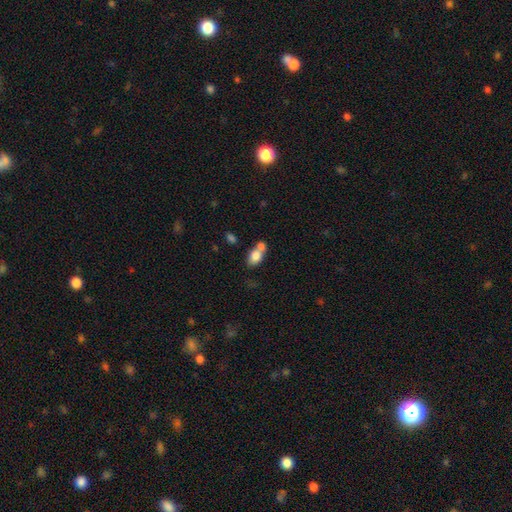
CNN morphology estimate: Q: Smooth or featured?
A: smooth (78%); runner-up: featured or disk (13%)
Q: How rounded?
A: in between (75%); runner-up: round (23%)
Q: Merging?
A: merger (50%); runner-up: none (36%)